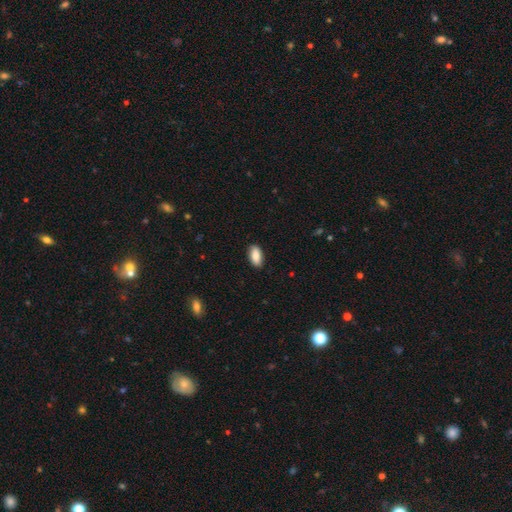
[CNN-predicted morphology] Overall: smooth (85%). How rounded: in between (92%). Merging: none (87%).